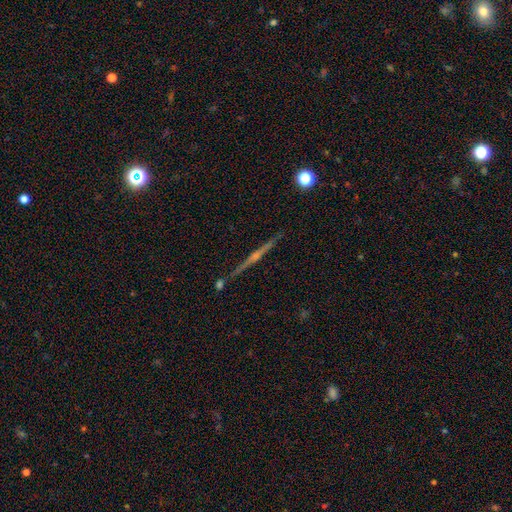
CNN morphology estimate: type=featured or disk (82%); edge-on=yes (98%); edge-on bulge=rounded (80%); merging=none (90%).